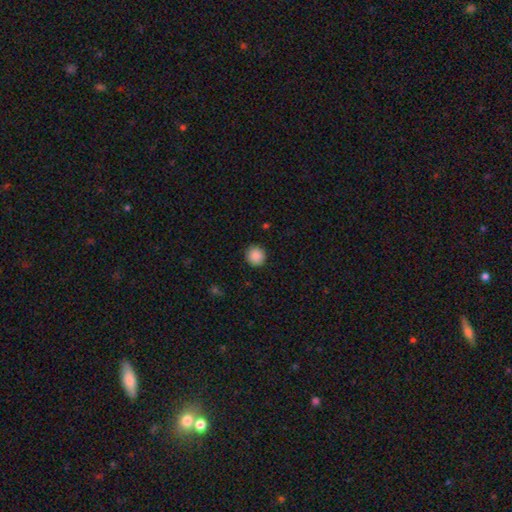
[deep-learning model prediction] smooth 88%, star or artifact 9%, featured or disk 3%. Down the decision tree: how rounded — round (93%); merging — none (91%).